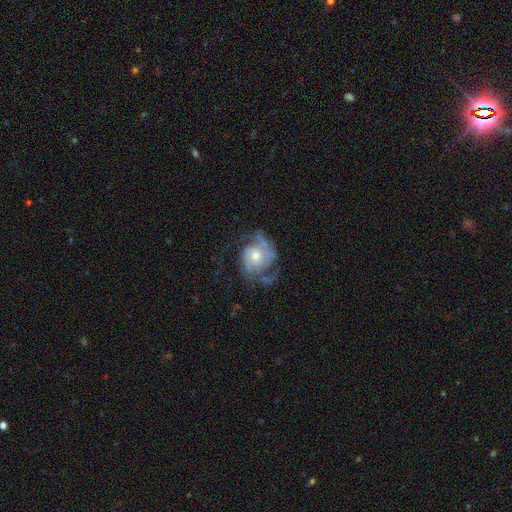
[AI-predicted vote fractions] Smooth or featured? Predicted: featured or disk (p=0.80). Edge-on disk? Predicted: no (p=0.97). Bar? Predicted: no (p=0.72). Spiral arms? Predicted: yes (p=0.91). Spiral winding? Predicted: medium (p=0.44). Spiral arm count? Predicted: 2 (p=0.49). Bulge size? Predicted: moderate (p=0.61). Merging? Predicted: none (p=0.49).